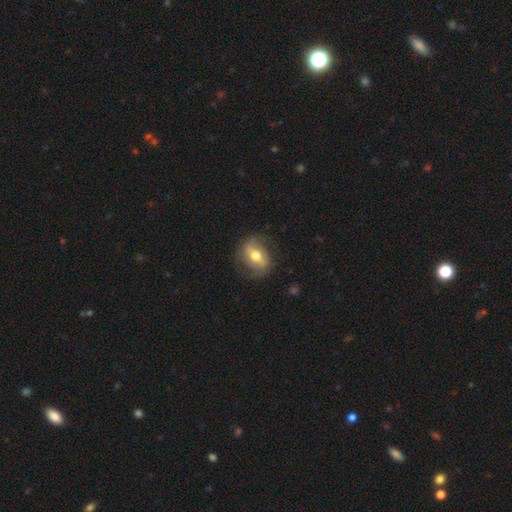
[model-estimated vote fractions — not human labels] smooth_or_featured: featured or disk (p=0.51) [alt: smooth p=0.41]
disk_edge_on: no (p=0.88) [alt: yes p=0.12]
merging: none (p=0.76) [alt: minor disturbance p=0.16]